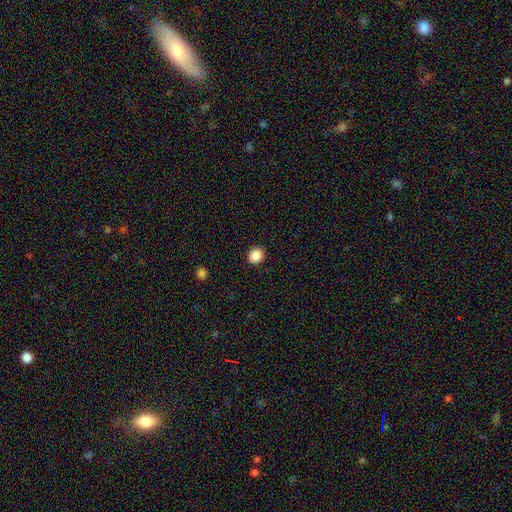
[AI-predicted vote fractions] This is clearly a smooth galaxy (87%). How rounded: clearly round (83%). Merging: clearly none (92%).